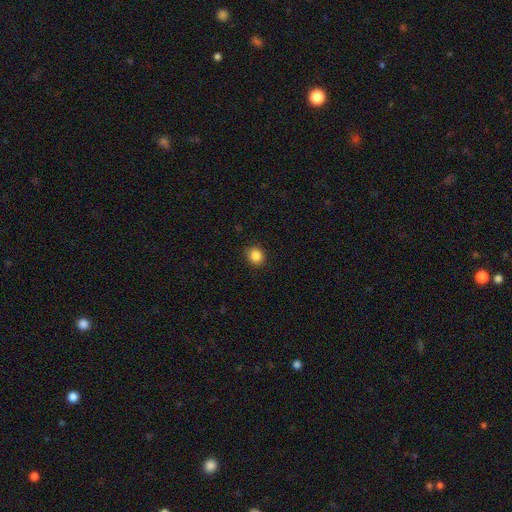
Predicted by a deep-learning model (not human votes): This appears to be a smooth galaxy with no disk features (86%) that is round (83%). Merging: none (89%).